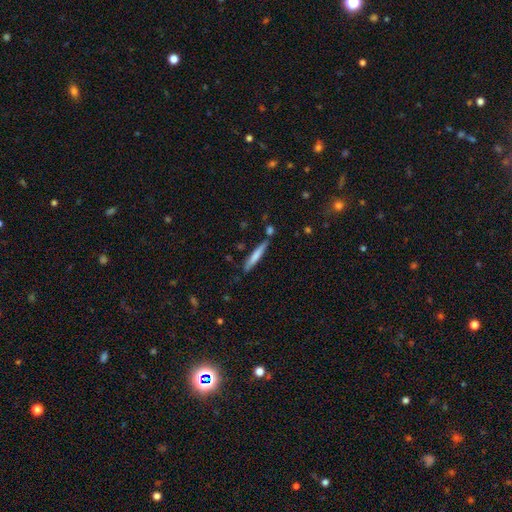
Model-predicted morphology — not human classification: smooth_or_featured: smooth (p=0.68) [alt: featured or disk p=0.26]
how_rounded: cigar-shaped (p=0.93) [alt: in between p=0.05]
merging: none (p=0.78) [alt: minor disturbance p=0.14]